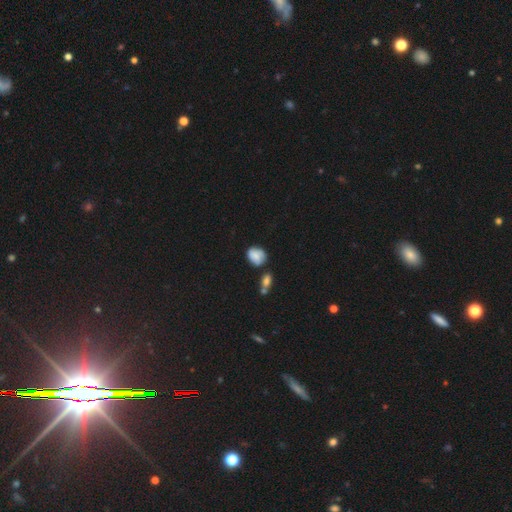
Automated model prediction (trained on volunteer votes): Smooth or featured?
  - smooth: 69% *
  - featured or disk: 22%
  - star or artifact: 9%
How rounded?
  - round: 49% * (tied)
  - in between: 49% * (tied)
  - cigar-shaped: 1%
Merging?
  - none: 55% *
  - minor disturbance: 26%
  - merger: 13%
  - major disturbance: 6%